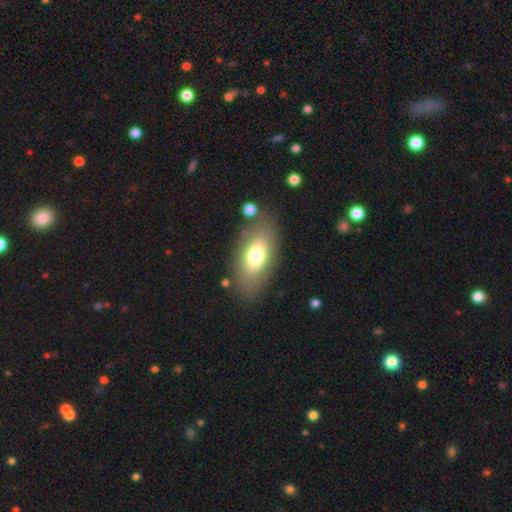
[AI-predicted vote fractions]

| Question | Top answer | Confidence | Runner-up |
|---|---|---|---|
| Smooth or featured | smooth | 66% | featured or disk (26%) |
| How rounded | in between | 86% | cigar-shaped (8%) |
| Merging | none | 77% | minor disturbance (13%) |